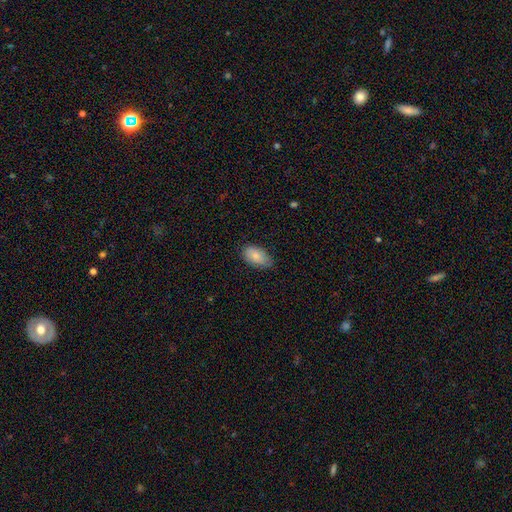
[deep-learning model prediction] This is clearly a smooth galaxy (80%). How rounded: clearly in between (94%). Merging: likely none (73%).